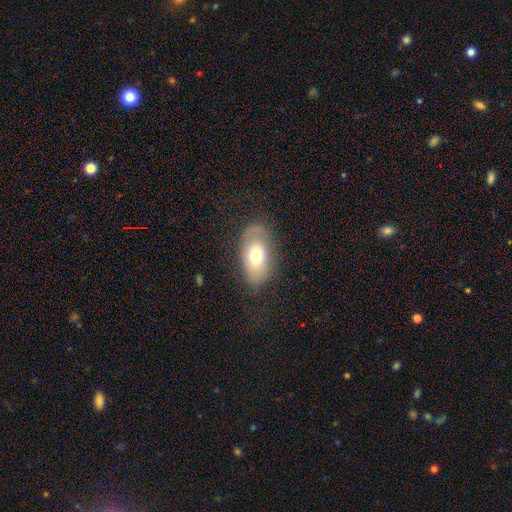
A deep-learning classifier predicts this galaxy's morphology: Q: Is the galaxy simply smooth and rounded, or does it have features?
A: smooth — 67%.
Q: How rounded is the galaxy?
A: in between — 90%.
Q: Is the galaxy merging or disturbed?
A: none — 72%.